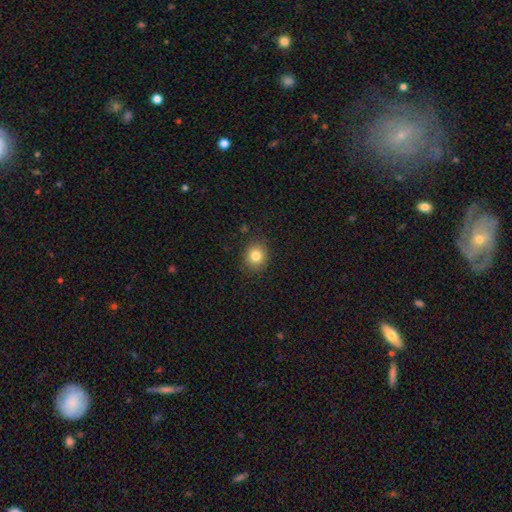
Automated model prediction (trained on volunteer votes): Smooth or featured? Predicted: smooth (p=0.83). How rounded? Predicted: round (p=0.80). Merging? Predicted: none (p=0.88).